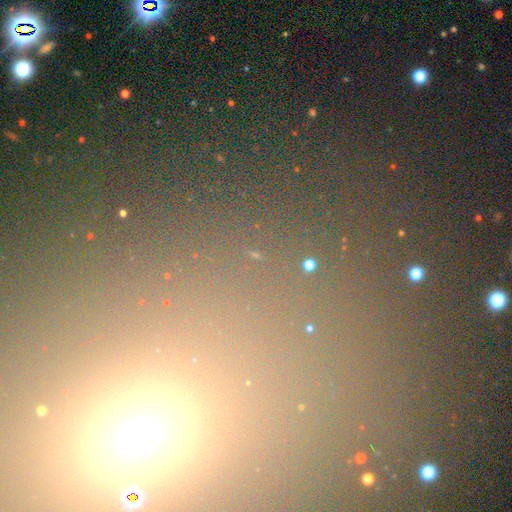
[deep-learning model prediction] Smooth or featured: star or artifact — 69% (smooth — 21%)